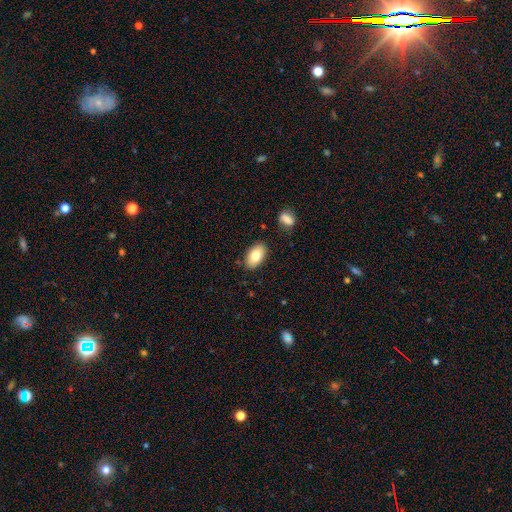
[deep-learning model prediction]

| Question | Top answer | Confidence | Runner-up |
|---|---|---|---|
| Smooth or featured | smooth | 79% | featured or disk (13%) |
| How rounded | in between | 92% | round (6%) |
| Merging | none | 84% | minor disturbance (11%) |